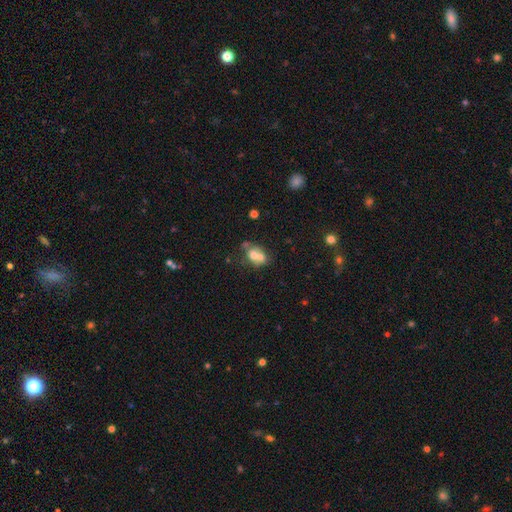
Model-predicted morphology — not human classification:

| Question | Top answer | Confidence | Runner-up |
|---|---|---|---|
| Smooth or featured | smooth | 62% | featured or disk (26%) |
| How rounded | round | 57% | in between (42%) |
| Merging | merger | 60% | none (27%) |